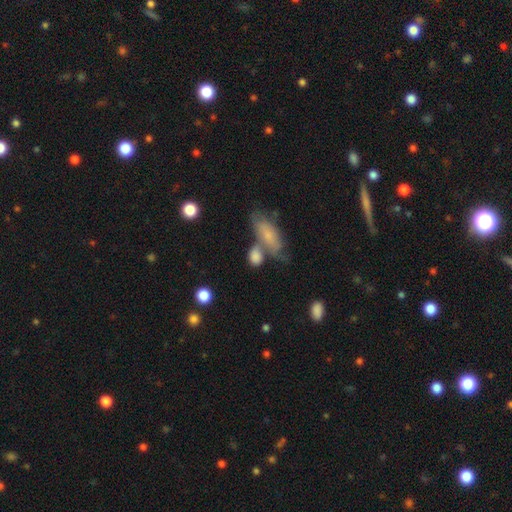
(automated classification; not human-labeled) A smooth galaxy with no disk features (76%) that is in between round and cigar-shaped (58%). Merging: none (41%).